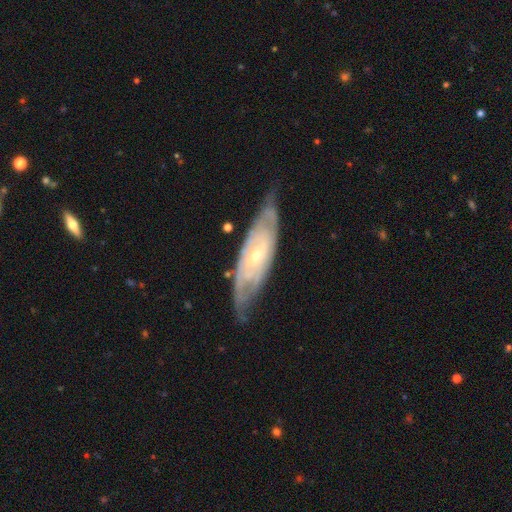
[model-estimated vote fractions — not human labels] A featured or disk galaxy (79%) with no bar (56%), tight (60%) spiral arms (82%) and a small central bulge (67%).

Vote fractions:
- Smooth or featured? featured or disk: 79% / smooth: 16% / star or artifact: 5%
- Edge-on disk? no: 79% / yes: 21%
- Bar? no: 56% / weak: 33% / strong: 10%
- Spiral arms? yes: 82% / no: 18%
- Spiral winding? tight: 60% / medium: 30% / loose: 10%
- Spiral arm count? can't tell: 51% / 2: 34% / 3: 6% / 4: 4% / 1: 3% / more than 4: 3%
- Bulge size? small: 67% / moderate: 29% / large: 1% / none: 1% / dominant: 1%
- Merging? none: 67% / minor disturbance: 23% / major disturbance: 8% / merger: 2%